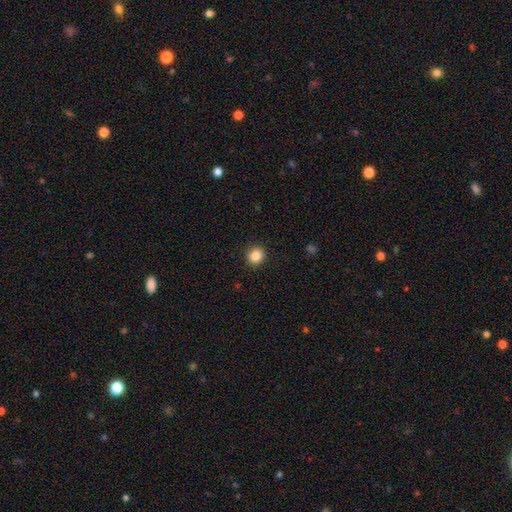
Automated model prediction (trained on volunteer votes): smooth-or-featured: smooth: 86% | star or artifact: 10% | featured or disk: 4%
  how-rounded: round: 83% | in between: 16% | cigar-shaped: 1%
  merging: none: 91% | minor disturbance: 6% | major disturbance: 2% | merger: 1%